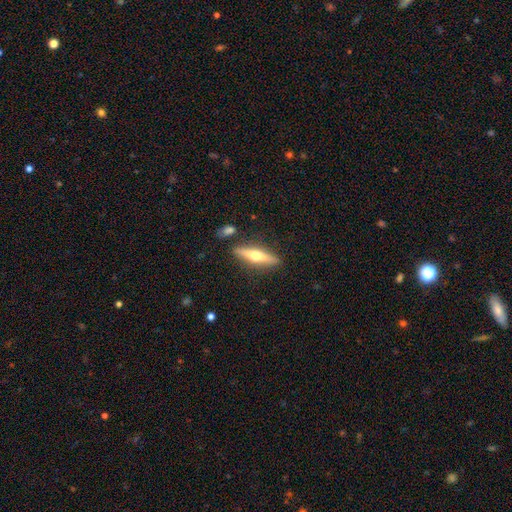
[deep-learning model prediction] Smooth or featured?
  - featured or disk: 55% *
  - smooth: 39%
  - star or artifact: 6%
Edge-on disk?
  - yes: 93% *
  - no: 7%
Edge-on bulge?
  - rounded: 93% *
  - none: 4%
  - boxy: 3%
Merging?
  - none: 83% *
  - minor disturbance: 10%
  - merger: 4%
  - major disturbance: 2%